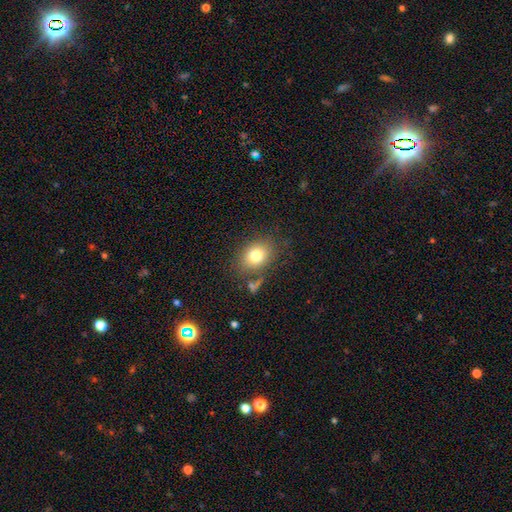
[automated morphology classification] Overall: smooth (78%). How rounded: in between (66%; round 33%). Merging: none (71%).